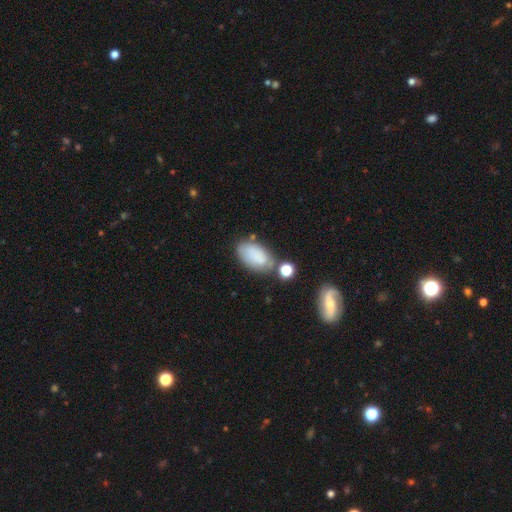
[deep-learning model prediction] Smooth or featured: smooth — 76% (featured or disk — 15%)
How rounded: in between — 93% (round — 5%)
Merging: none — 56% (minor disturbance — 22%)